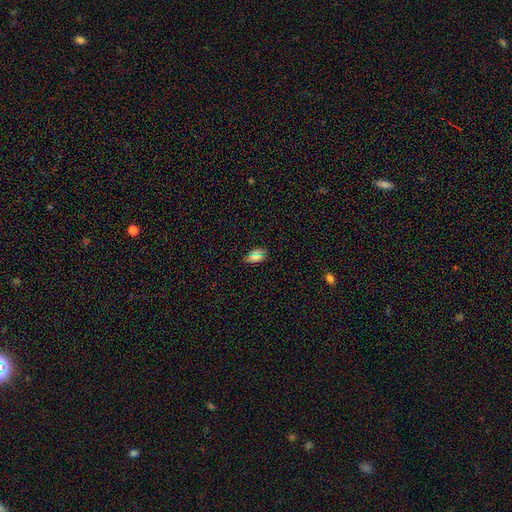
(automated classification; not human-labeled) smooth_or_featured: smooth (p=0.69) [alt: star or artifact p=0.22]
how_rounded: in between (p=0.90) [alt: round p=0.06]
merging: none (p=0.85) [alt: minor disturbance p=0.11]